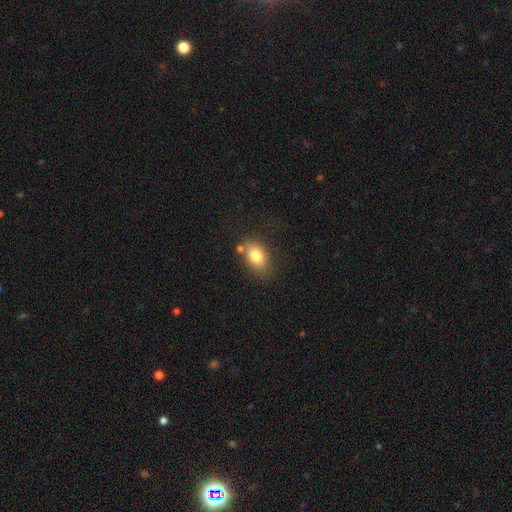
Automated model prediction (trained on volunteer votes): This is likely a smooth galaxy (80%). How rounded: clearly in between (82%). Merging: likely none (67%).